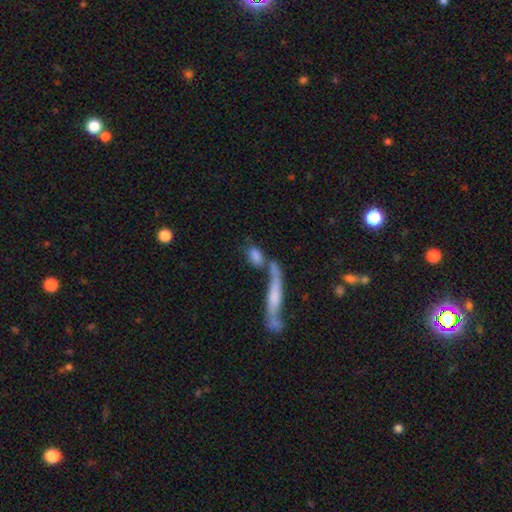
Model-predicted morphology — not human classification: Q: Smooth or featured?
A: smooth (72%); runner-up: featured or disk (20%)
Q: How rounded?
A: in between (66%); runner-up: cigar-shaped (26%)
Q: Merging?
A: merger (45%); runner-up: none (37%)